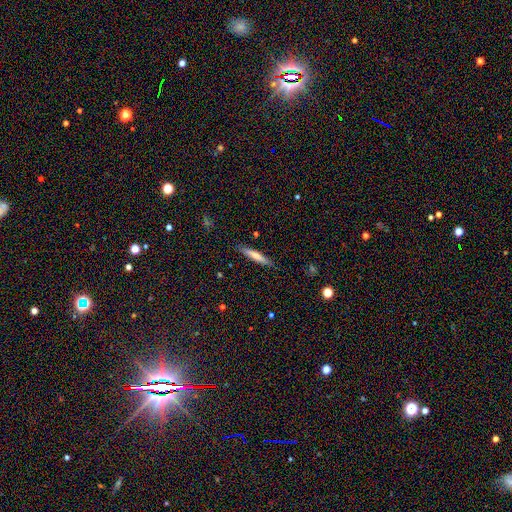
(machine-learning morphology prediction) A smooth galaxy with no disk features (69%) that is cigar-shaped (91%).

Vote fractions:
- Smooth or featured? smooth: 69% / featured or disk: 24% / star or artifact: 7%
- How rounded? cigar-shaped: 91% / in between: 8% / round: 1%
- Merging? none: 88% / minor disturbance: 9% / major disturbance: 2% / merger: 1%